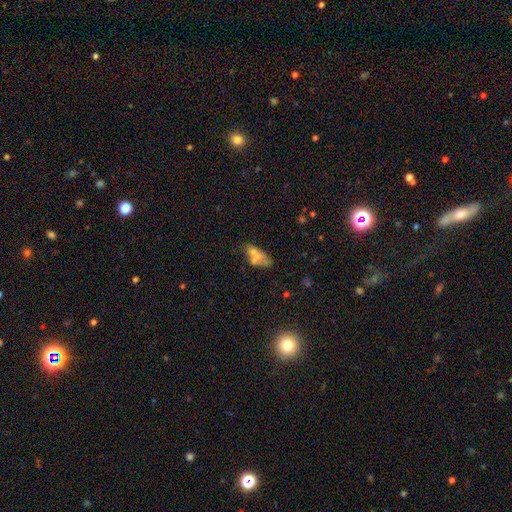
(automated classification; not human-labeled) A smooth galaxy with no disk features (51%) that is in between round and cigar-shaped (82%). Merging: none (35%).